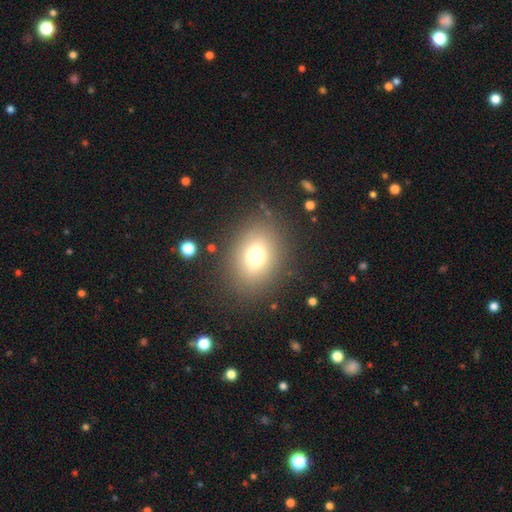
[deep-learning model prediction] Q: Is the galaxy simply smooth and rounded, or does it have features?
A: smooth — 72%.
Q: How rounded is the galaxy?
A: in between — 62%.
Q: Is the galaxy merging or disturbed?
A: none — 85%.